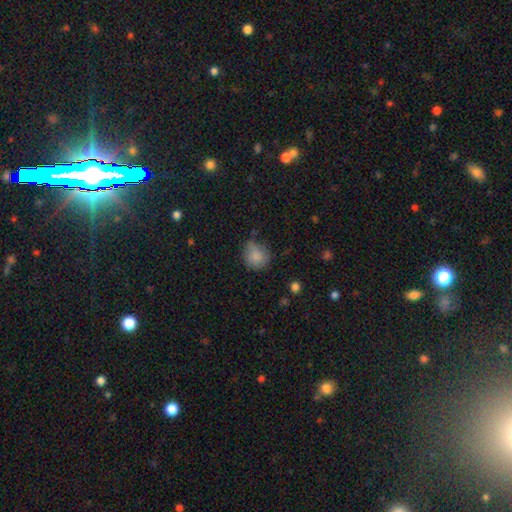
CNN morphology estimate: A smooth galaxy with no disk features (83%) that is round (81%).

Vote fractions:
- Smooth or featured? smooth: 83% / star or artifact: 10% / featured or disk: 7%
- How rounded? round: 81% / in between: 18% / cigar-shaped: 1%
- Merging? none: 59% / minor disturbance: 30% / major disturbance: 8% / merger: 3%